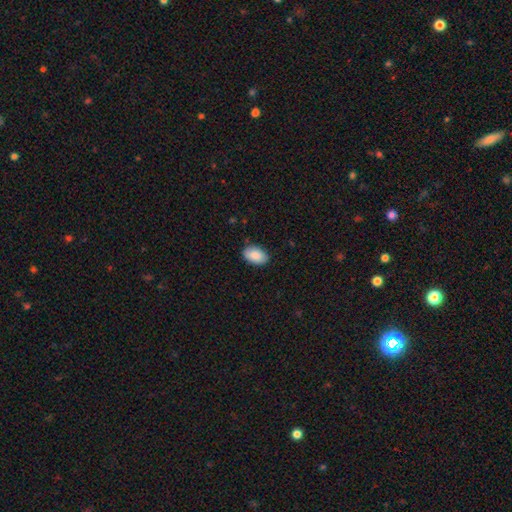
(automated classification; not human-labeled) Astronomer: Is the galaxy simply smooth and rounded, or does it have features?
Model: smooth — 89%.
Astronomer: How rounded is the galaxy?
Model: in between — 92%.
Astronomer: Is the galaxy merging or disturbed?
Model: none — 86%.